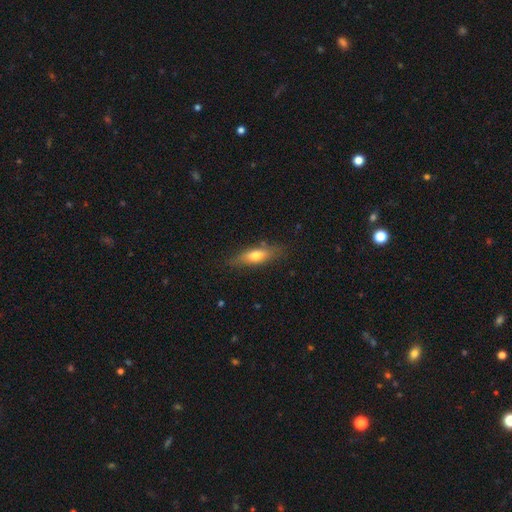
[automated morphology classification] This is likely a smooth galaxy (61%). How rounded: possibly in between (50%). Merging: likely none (78%).